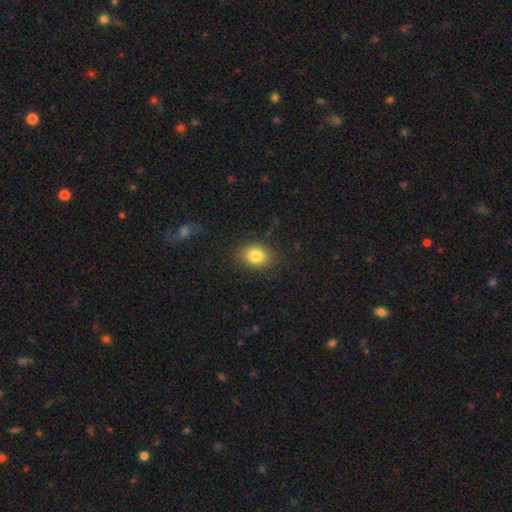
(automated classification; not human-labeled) The model was most divided on "how rounded": in between: 56%, round: 43%, cigar-shaped: 1%. More confident: merging — none (85%); smooth or featured — smooth (82%).